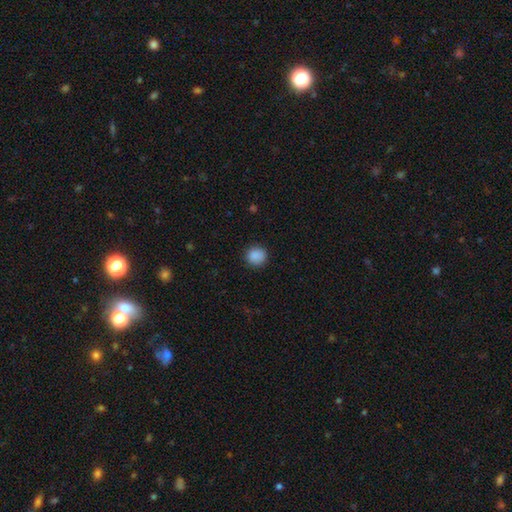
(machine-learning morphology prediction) This appears to be a smooth galaxy with no disk features (89%) that is round (89%). Merging: none (88%).